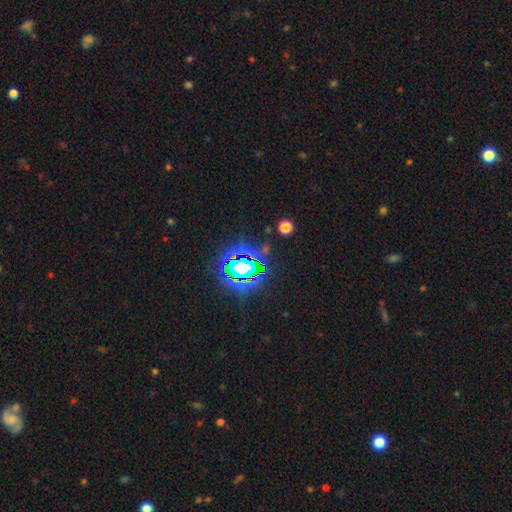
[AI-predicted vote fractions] smooth_or_featured: star or artifact (p=0.82) [alt: smooth p=0.11]